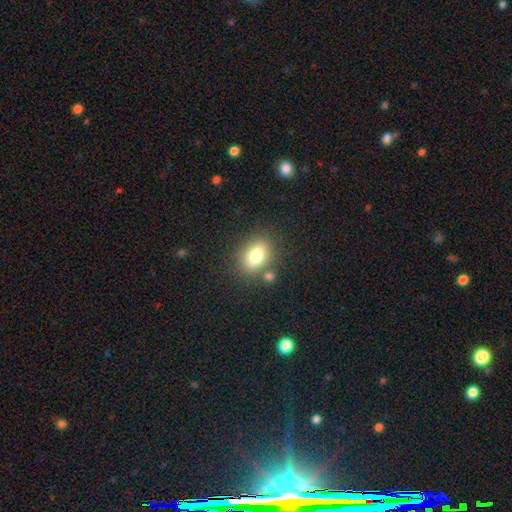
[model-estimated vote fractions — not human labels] This appears to be a smooth galaxy with no disk features (79%) that is in between round and cigar-shaped (79%). Merging: none (73%).